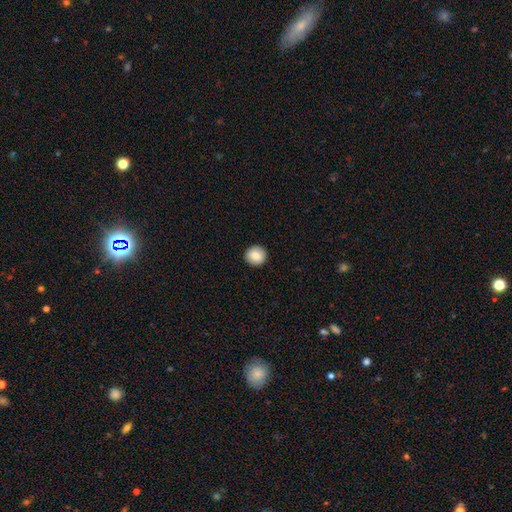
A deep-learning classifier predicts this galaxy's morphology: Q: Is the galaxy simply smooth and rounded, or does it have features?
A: smooth — 85%.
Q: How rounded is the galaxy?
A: round — 90%.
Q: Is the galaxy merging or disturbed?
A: none — 92%.